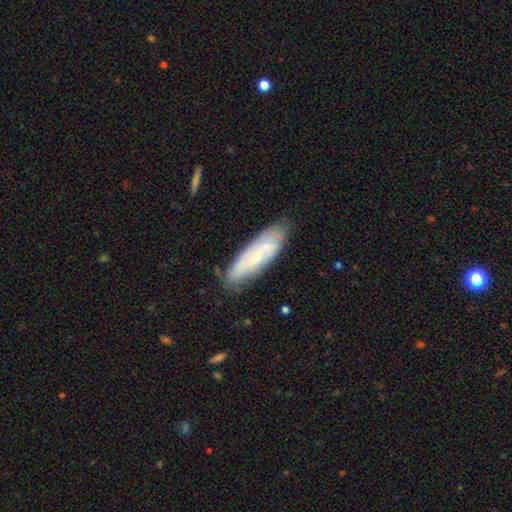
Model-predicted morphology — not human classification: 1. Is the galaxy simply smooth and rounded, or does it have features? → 54% featured or disk, 39% smooth, 7% star or artifact.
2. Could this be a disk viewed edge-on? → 77% no, 23% yes.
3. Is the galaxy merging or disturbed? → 76% none, 18% minor disturbance, 4% major disturbance, 2% merger.